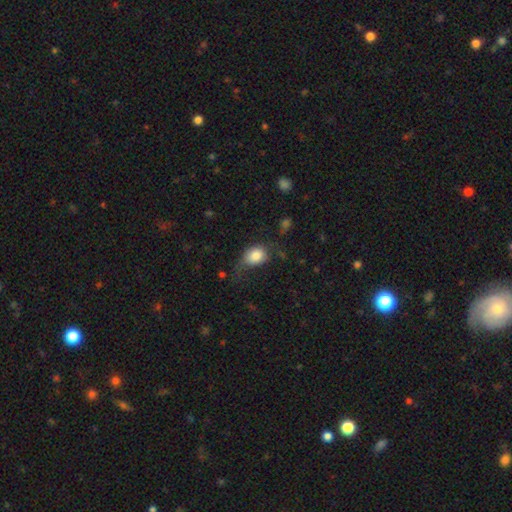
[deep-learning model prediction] Q: Smooth or featured?
A: smooth (80%); runner-up: featured or disk (12%)
Q: How rounded?
A: in between (60%); runner-up: round (39%)
Q: Merging?
A: none (38%); runner-up: minor disturbance (30%)